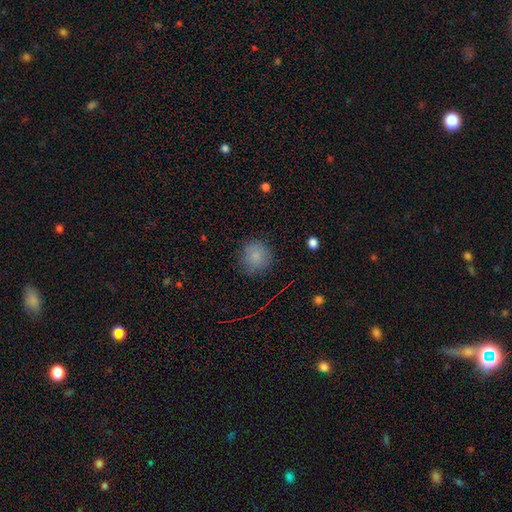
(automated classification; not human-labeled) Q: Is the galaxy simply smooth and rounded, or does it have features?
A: smooth — 82%.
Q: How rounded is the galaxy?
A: round — 92%.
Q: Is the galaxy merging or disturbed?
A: none — 84%.